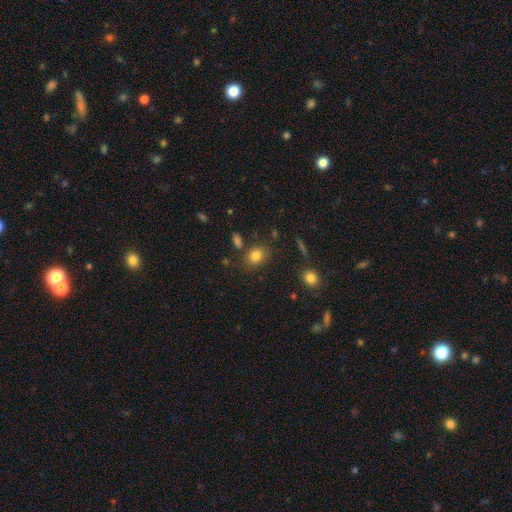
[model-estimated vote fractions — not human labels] Overall: smooth (82%). How rounded: round (53%; in between 46%). Merging: none (78%).